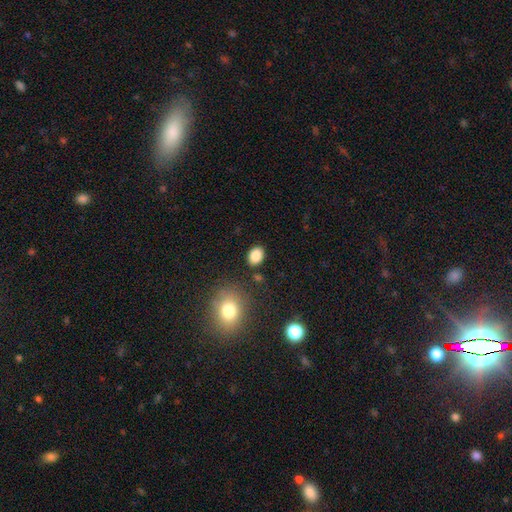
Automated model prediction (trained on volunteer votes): Morphology: type=smooth (85%); roundness=in between (70%); merging=none (84%).